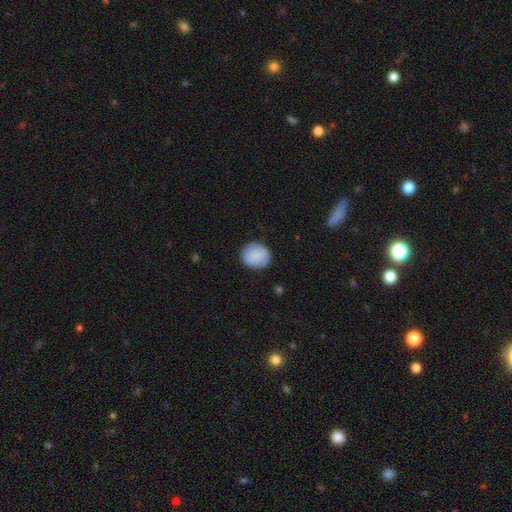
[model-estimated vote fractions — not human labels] Smooth or featured: smooth — 89% (star or artifact — 6%)
How rounded: round — 80% (in between — 19%)
Merging: none — 87% (minor disturbance — 10%)